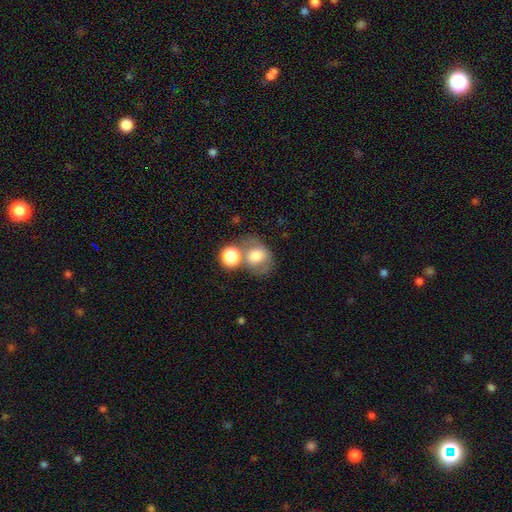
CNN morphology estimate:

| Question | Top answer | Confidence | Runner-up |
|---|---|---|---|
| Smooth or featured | smooth | 61% | featured or disk (28%) |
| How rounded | round | 55% | in between (44%) |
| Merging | none | 47% | merger (26%) |